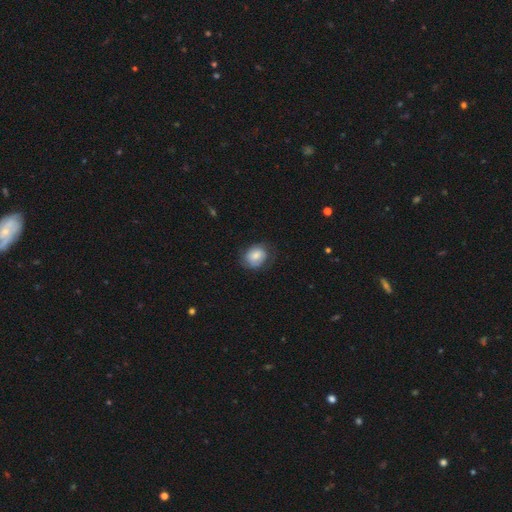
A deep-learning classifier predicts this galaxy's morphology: Smooth or featured? smooth (70%)
How rounded? in between (51%)
Merging? none (66%)